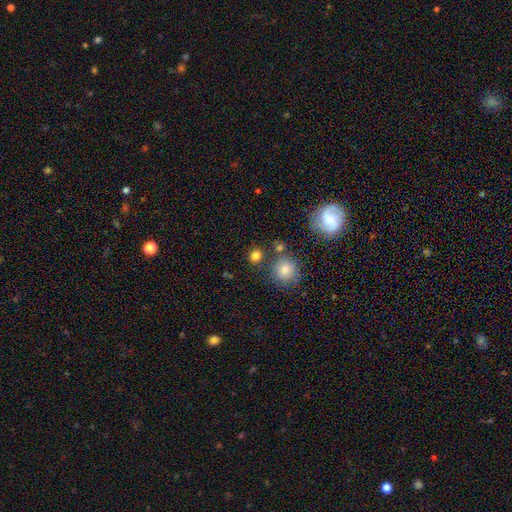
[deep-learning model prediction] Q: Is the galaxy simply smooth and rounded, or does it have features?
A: smooth — 79%.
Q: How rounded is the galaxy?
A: round — 76%.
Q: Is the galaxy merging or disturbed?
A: none — 77%.